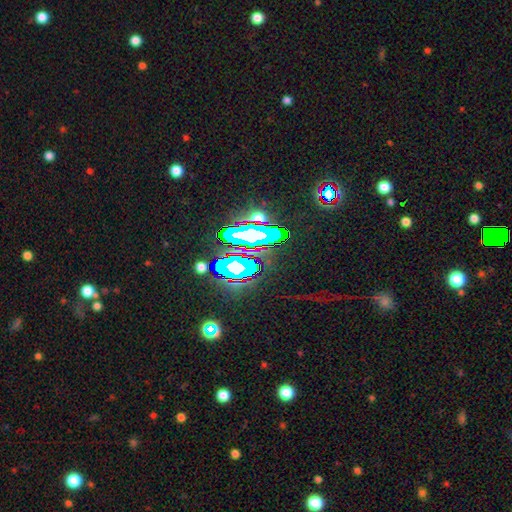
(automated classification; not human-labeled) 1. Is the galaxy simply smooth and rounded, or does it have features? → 82% star or artifact, 10% smooth, 8% featured or disk.